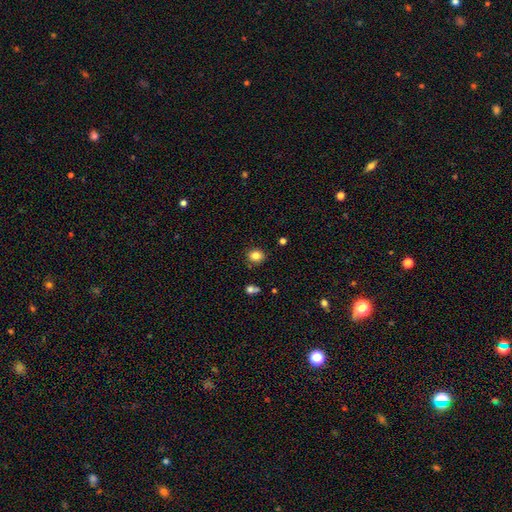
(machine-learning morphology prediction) Smooth or featured: smooth — 83% (star or artifact — 11%)
How rounded: round — 68% (in between — 31%)
Merging: none — 84% (minor disturbance — 10%)